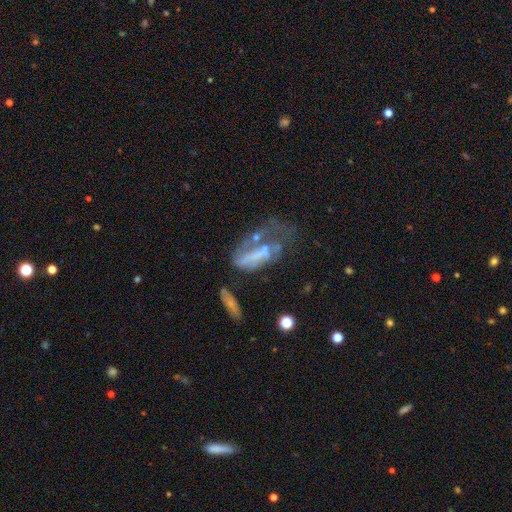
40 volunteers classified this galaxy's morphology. Q: Smooth or featured?
A: featured or disk (68%); runner-up: smooth (28%)
Q: Edge-on disk?
A: no (89%); runner-up: yes (11%)
Q: Bar?
A: no (58%); runner-up: weak (25%)
Q: Spiral arms?
A: no (54%); runner-up: yes (46%)
Q: Bulge size?
A: none (75%); runner-up: moderate (12%)
Q: Merging?
A: major disturbance (53%); runner-up: none (24%)